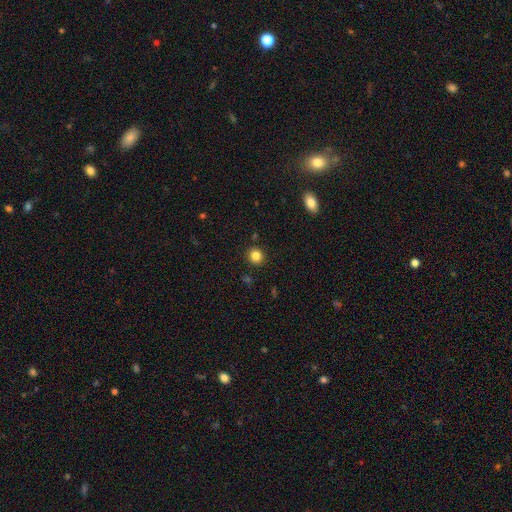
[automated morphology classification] smooth 83%, star or artifact 12%, featured or disk 5%. Down the decision tree: how rounded — round (89%); merging — none (91%).